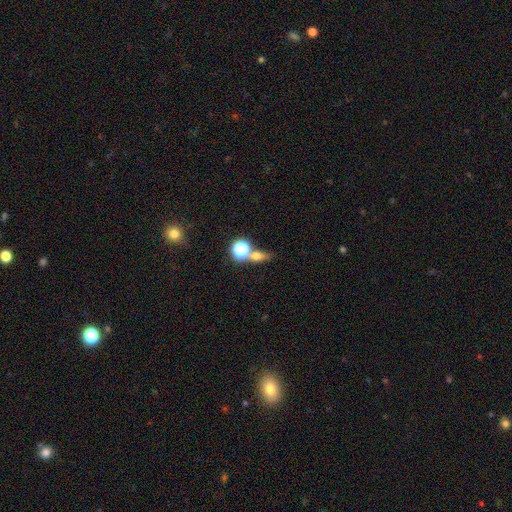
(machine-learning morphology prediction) smooth-or-featured: smooth: 61% | star or artifact: 25% | featured or disk: 14%
  how-rounded: in between: 44% | round: 43% | cigar-shaped: 12%
  merging: none: 55% | merger: 28% | minor disturbance: 11% | major disturbance: 6%